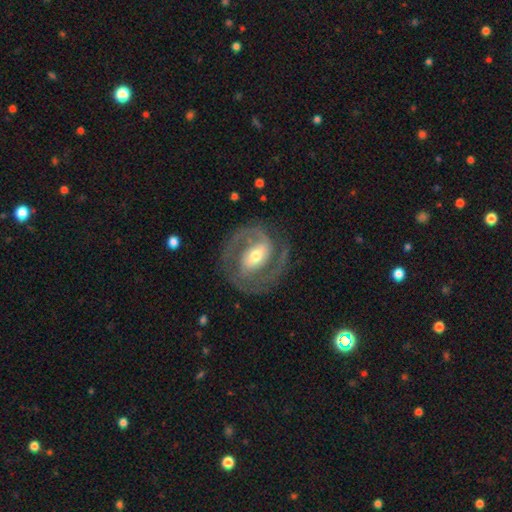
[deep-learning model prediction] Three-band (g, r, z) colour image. It shows a featured or disk galaxy (88%) with a weak bar (41%), 2 (88%) medium (48%) spiral arms (95%) and a moderate central bulge (65%). Merging: none (79%).